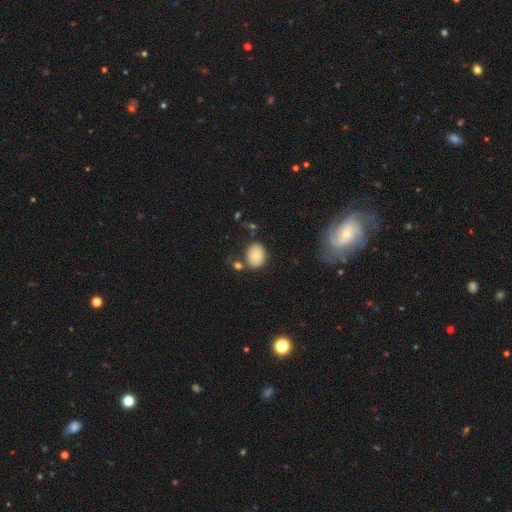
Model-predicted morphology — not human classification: Smooth or featured?
  - smooth: 76% *
  - featured or disk: 14%
  - star or artifact: 10%
How rounded?
  - in between: 59% *
  - round: 39%
  - cigar-shaped: 1%
Merging?
  - none: 73% *
  - minor disturbance: 15%
  - merger: 8%
  - major disturbance: 4%